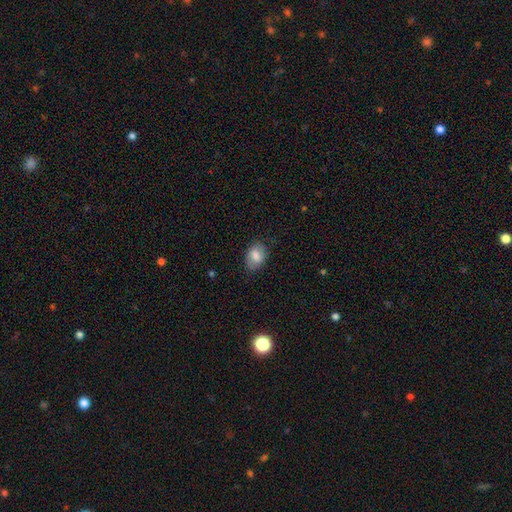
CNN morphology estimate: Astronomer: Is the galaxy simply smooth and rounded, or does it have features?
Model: smooth — 73%.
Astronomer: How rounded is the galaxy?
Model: in between — 81%.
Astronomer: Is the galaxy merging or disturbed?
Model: none — 77%.